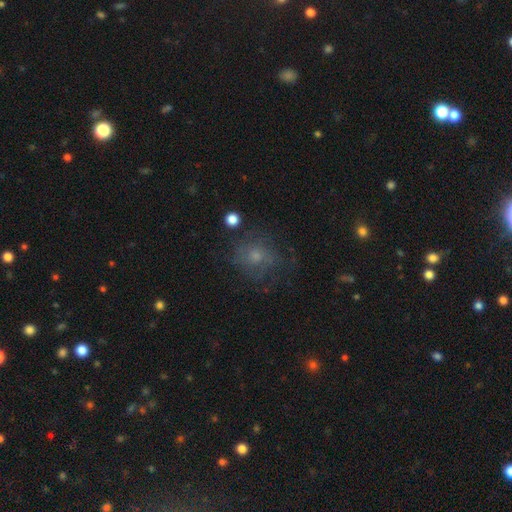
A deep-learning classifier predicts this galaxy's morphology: The model was most divided on "smooth or featured": smooth: 48%, featured or disk: 34%, star or artifact: 18%. More confident: merging — none (63%).